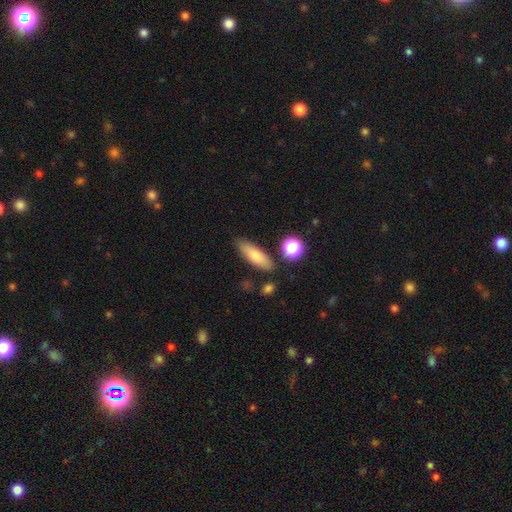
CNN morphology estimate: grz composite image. It shows a smooth galaxy with no disk features (76%) that is in between round and cigar-shaped (51%). Merging: none (81%).